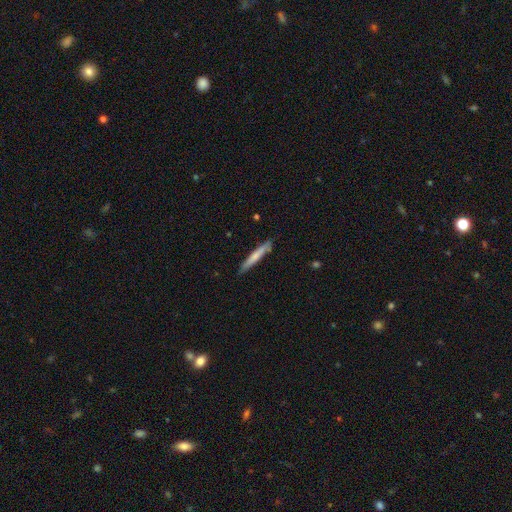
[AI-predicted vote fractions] Overall: smooth (65%; featured or disk 29%). How rounded: cigar-shaped (95%). Merging: none (83%).